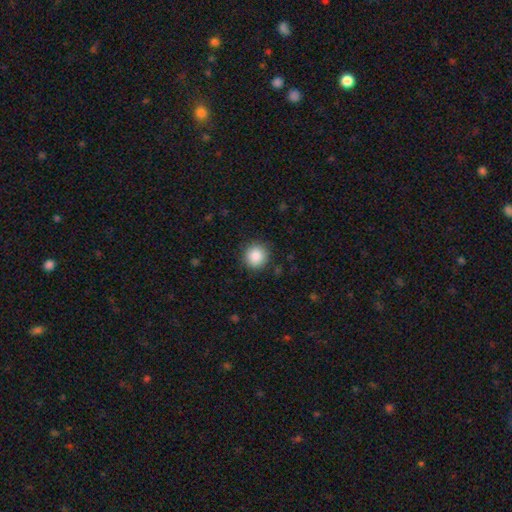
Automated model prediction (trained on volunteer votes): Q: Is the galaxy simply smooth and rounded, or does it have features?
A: smooth — 87%.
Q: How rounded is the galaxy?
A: round — 91%.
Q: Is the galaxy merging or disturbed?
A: none — 89%.